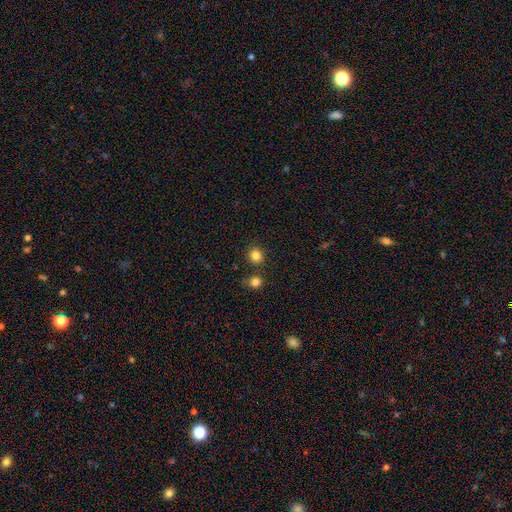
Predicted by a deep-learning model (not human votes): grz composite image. It shows a smooth galaxy with no disk features (83%) that is round (87%). Merging: none (81%).